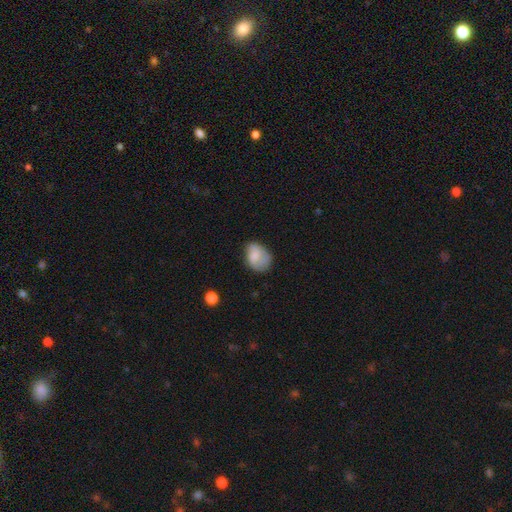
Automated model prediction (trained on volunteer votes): This is likely a smooth galaxy (76%). How rounded: likely in between (71%). Merging: possibly none (51%).